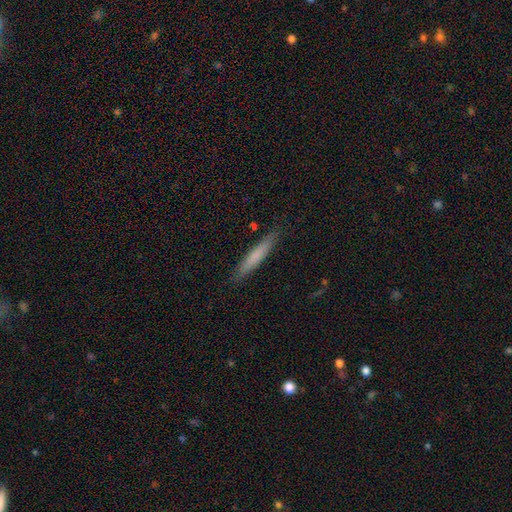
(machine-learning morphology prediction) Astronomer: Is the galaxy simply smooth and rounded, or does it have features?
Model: smooth — 71%.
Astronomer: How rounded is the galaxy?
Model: cigar-shaped — 94%.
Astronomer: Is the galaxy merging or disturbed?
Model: none — 88%.